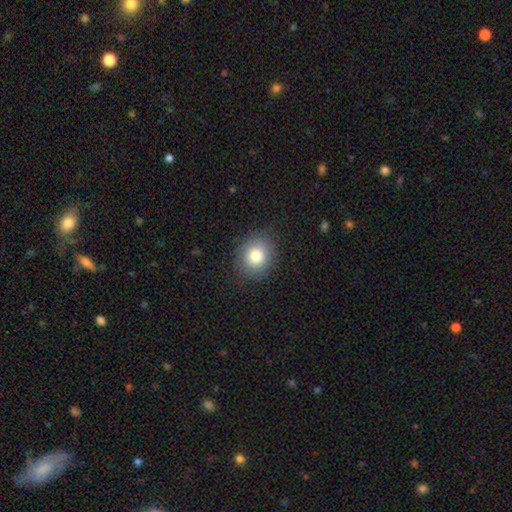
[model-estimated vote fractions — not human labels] smooth-or-featured: smooth: 80% | star or artifact: 10% | featured or disk: 10%
  how-rounded: round: 72% | in between: 27% | cigar-shaped: 1%
  merging: none: 86% | minor disturbance: 9% | major disturbance: 3% | merger: 1%